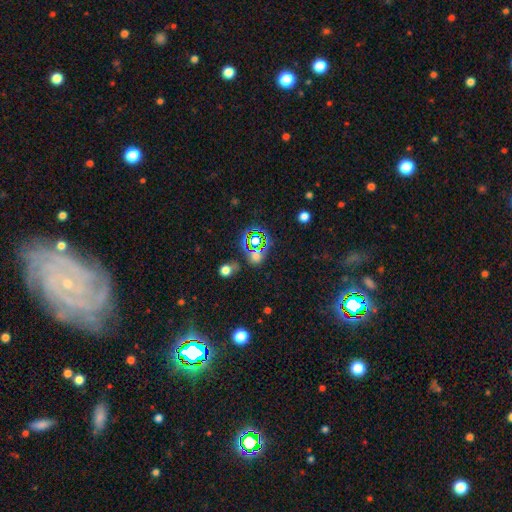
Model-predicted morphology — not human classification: Smooth or featured? Predicted: star or artifact (p=0.51).